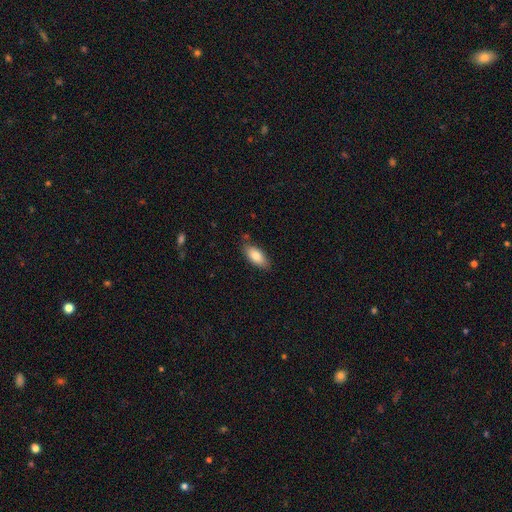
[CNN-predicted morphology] Overall: smooth (81%). How rounded: in between (86%). Merging: none (81%).